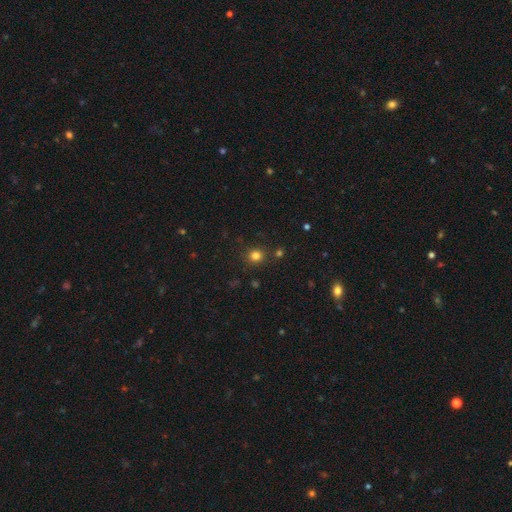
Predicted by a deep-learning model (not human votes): Smooth or featured?
  - smooth: 79% *
  - star or artifact: 16%
  - featured or disk: 5%
How rounded?
  - round: 89% *
  - in between: 10%
  - cigar-shaped: 1%
Merging?
  - none: 86% *
  - minor disturbance: 8%
  - merger: 4%
  - major disturbance: 3%